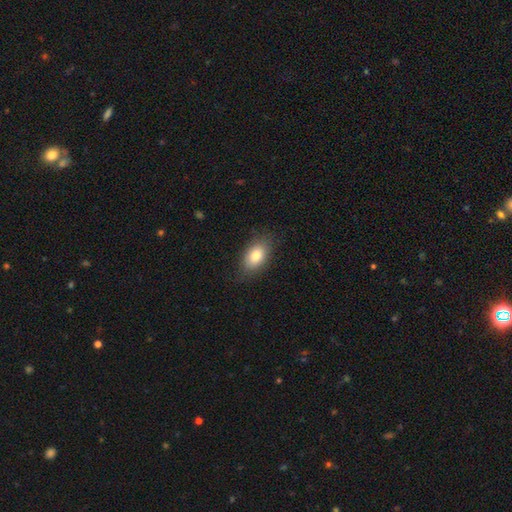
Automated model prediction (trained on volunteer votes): A smooth galaxy with no disk features (81%) that is in between round and cigar-shaped (89%).

Vote fractions:
- Smooth or featured? smooth: 81% / featured or disk: 11% / star or artifact: 8%
- How rounded? in between: 89% / round: 9% / cigar-shaped: 2%
- Merging? none: 81% / minor disturbance: 14% / major disturbance: 4% / merger: 1%